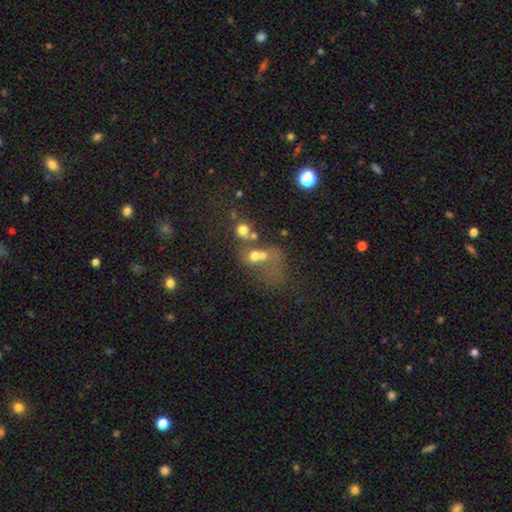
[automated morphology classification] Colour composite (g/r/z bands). It shows a smooth galaxy with no disk features (54%) that is round (57%). Merging: merger (55%).